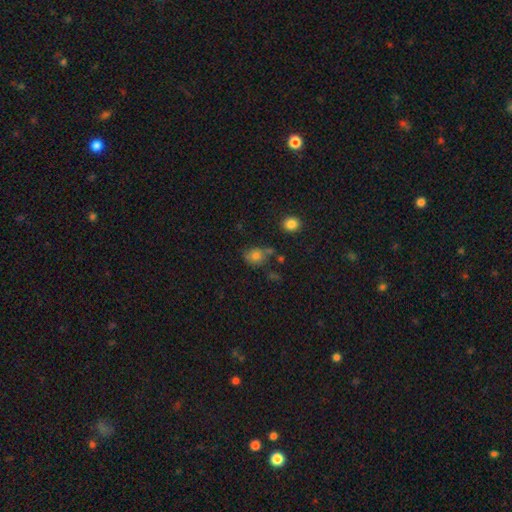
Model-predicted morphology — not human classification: A smooth galaxy with no disk features (74%) that is round (54%).

Vote fractions:
- Smooth or featured? smooth: 74% / star or artifact: 13% / featured or disk: 13%
- How rounded? round: 54% / in between: 45% / cigar-shaped: 1%
- Merging? none: 56% / minor disturbance: 23% / merger: 12% / major disturbance: 9%